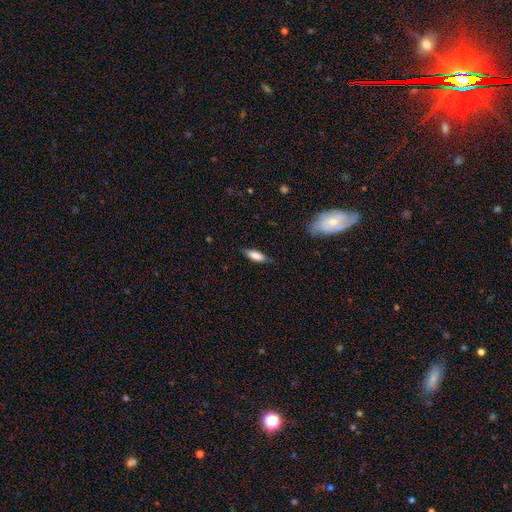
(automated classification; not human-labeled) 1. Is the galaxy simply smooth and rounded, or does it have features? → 80% smooth, 14% featured or disk, 6% star or artifact.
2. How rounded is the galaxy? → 52% in between, 46% cigar-shaped, 2% round.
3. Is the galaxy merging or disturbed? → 80% none, 16% minor disturbance, 3% major disturbance, 1% merger.